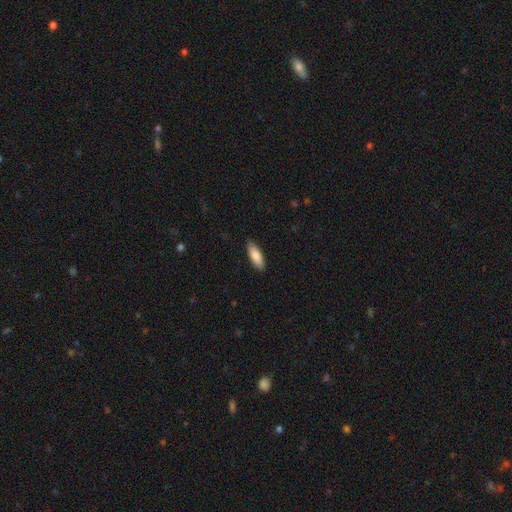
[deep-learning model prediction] Smooth or featured: smooth — 85% (featured or disk — 9%)
How rounded: in between — 66% (cigar-shaped — 33%)
Merging: none — 88% (minor disturbance — 9%)